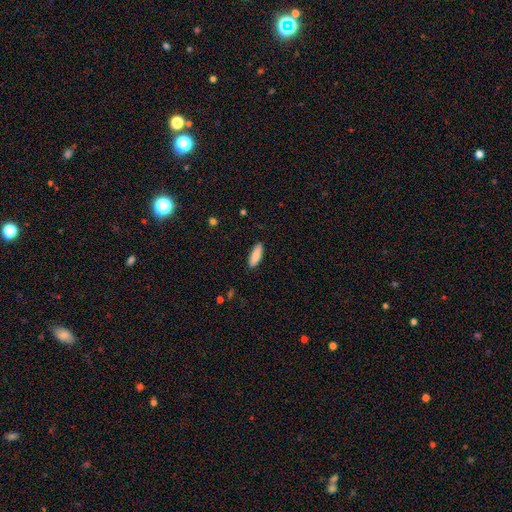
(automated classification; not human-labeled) smooth_or_featured: smooth (p=0.87) [alt: featured or disk p=0.07]
how_rounded: in between (p=0.57) [alt: cigar-shaped p=0.41]
merging: none (p=0.89) [alt: minor disturbance p=0.08]